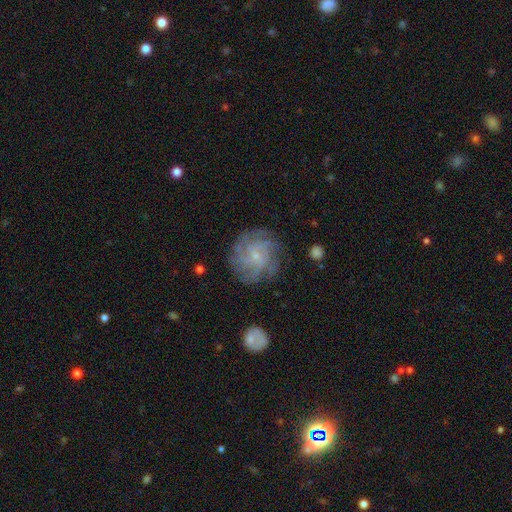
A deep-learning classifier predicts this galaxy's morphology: A featured or disk galaxy (76%) with no bar (72%), tight (56%) spiral arms (93%) and a small central bulge (80%).

Vote fractions:
- Smooth or featured? featured or disk: 76% / smooth: 15% / star or artifact: 9%
- Edge-on disk? no: 98% / yes: 2%
- Bar? no: 72% / weak: 24% / strong: 4%
- Spiral arms? yes: 93% / no: 7%
- Spiral winding? tight: 56% / medium: 33% / loose: 11%
- Spiral arm count? can't tell: 33% / 4: 23% / more than 4: 17% / 3: 11% / 2: 9% / 1: 7%
- Bulge size? small: 80% / moderate: 13% / none: 4% / large: 1% / dominant: 1%
- Merging? none: 78% / minor disturbance: 14% / major disturbance: 6% / merger: 1%